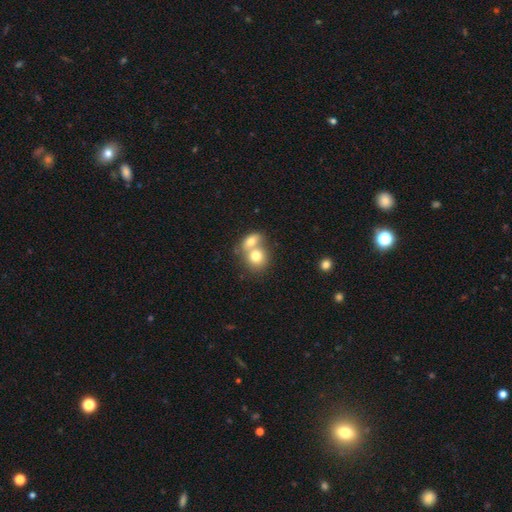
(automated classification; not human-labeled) Overall: smooth (73%). How rounded: round (63%; in between 36%). Merging: merger (67%).